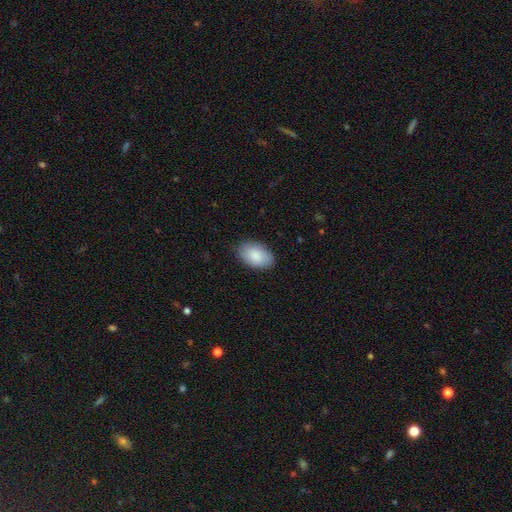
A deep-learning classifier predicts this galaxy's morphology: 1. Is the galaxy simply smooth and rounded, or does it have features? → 88% smooth, 7% featured or disk, 6% star or artifact.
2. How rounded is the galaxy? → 93% in between, 6% round, 1% cigar-shaped.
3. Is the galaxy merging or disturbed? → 86% none, 11% minor disturbance, 2% major disturbance, 1% merger.